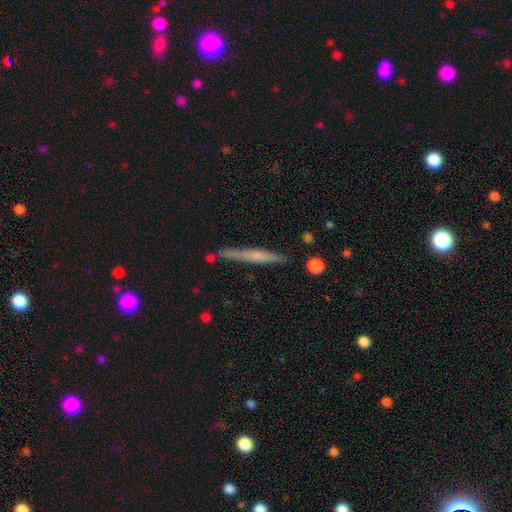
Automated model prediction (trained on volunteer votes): Overall: featured or disk (51%; smooth 42%). Edge-on disk: yes (96%). Merging: none (81%).